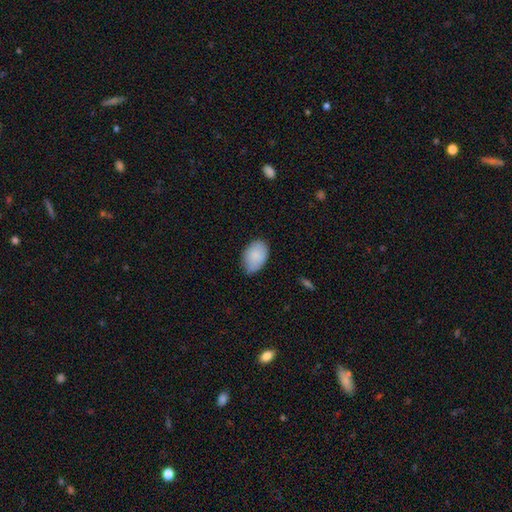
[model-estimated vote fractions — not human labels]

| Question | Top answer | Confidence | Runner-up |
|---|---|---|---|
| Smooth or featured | smooth | 87% | featured or disk (7%) |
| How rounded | in between | 89% | round (10%) |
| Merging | none | 65% | minor disturbance (30%) |